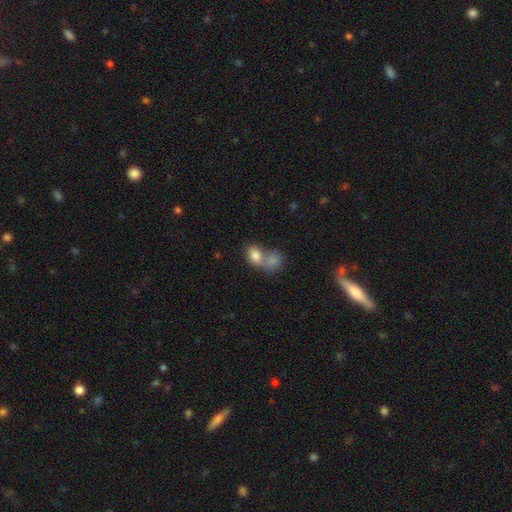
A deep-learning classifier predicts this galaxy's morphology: Smooth or featured? smooth (80%)
How rounded? in between (70%)
Merging? merger (67%)